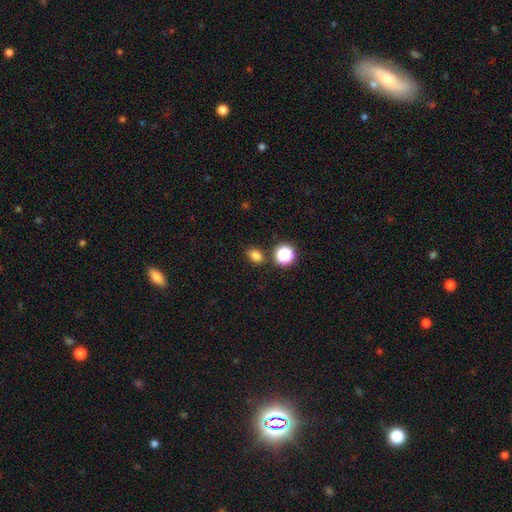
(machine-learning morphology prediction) smooth-or-featured: smooth: 80% | star or artifact: 16% | featured or disk: 5%
  how-rounded: in between: 59% | round: 39% | cigar-shaped: 1%
  merging: none: 82% | minor disturbance: 10% | merger: 6% | major disturbance: 3%